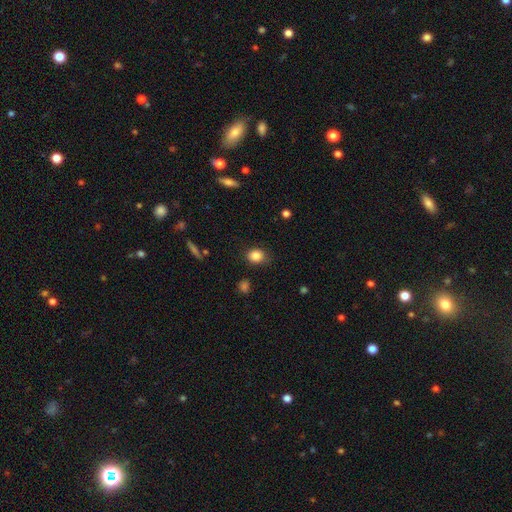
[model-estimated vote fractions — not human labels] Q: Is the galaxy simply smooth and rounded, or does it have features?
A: smooth — 85%.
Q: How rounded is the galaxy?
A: round — 56%.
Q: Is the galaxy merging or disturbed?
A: none — 81%.